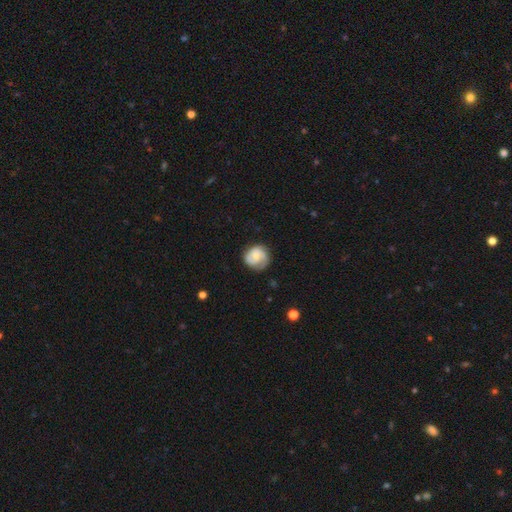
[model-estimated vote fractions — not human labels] smooth-or-featured: featured or disk: 58% | smooth: 36% | star or artifact: 7%
  disk-edge-on: no: 98% | yes: 2%
    bar: no: 63% | weak: 31% | strong: 6%
    has-spiral-arms: yes: 89% | no: 11%
      spiral-winding: tight: 52% | medium: 35% | loose: 13%
      spiral-arm-count: 2: 48% | 1: 20% | can't tell: 18% | 3: 10% | 4: 2% | more than 4: 2%
    bulge-size: small: 52% | moderate: 29% | none: 15% | large: 3% | dominant: 1%
  merging: none: 67% | minor disturbance: 22% | major disturbance: 9% | merger: 1%